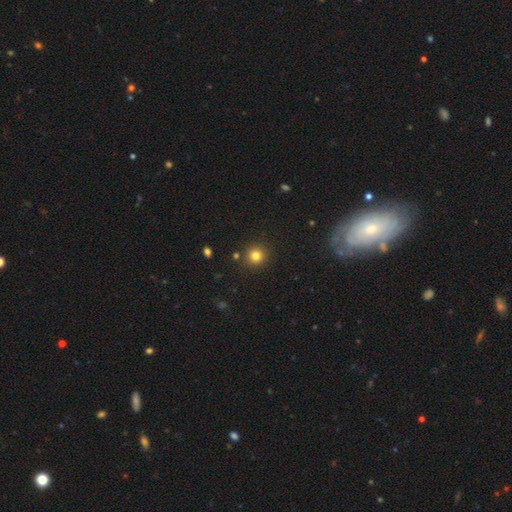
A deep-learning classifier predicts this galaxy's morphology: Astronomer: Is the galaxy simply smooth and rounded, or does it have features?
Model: smooth — 80%.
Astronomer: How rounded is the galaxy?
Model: round — 94%.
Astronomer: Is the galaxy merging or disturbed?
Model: none — 89%.